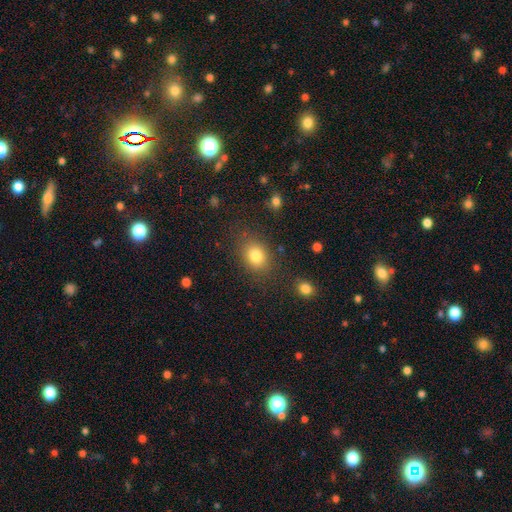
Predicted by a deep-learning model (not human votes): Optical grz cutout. It shows a smooth galaxy with no disk features (81%) that is in between round and cigar-shaped (57%). Merging: none (80%).